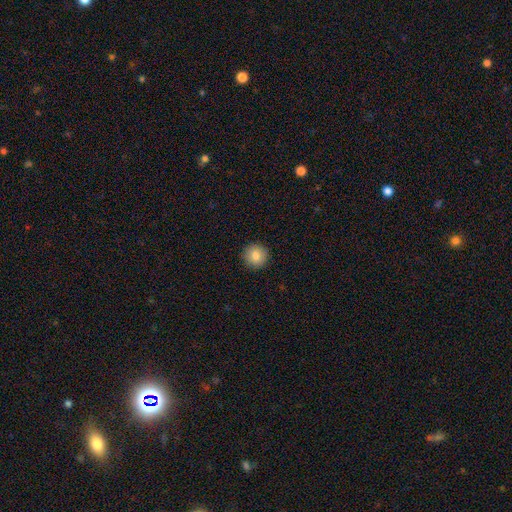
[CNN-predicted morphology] This is clearly a smooth galaxy (83%). How rounded: clearly round (95%). Merging: clearly none (93%).